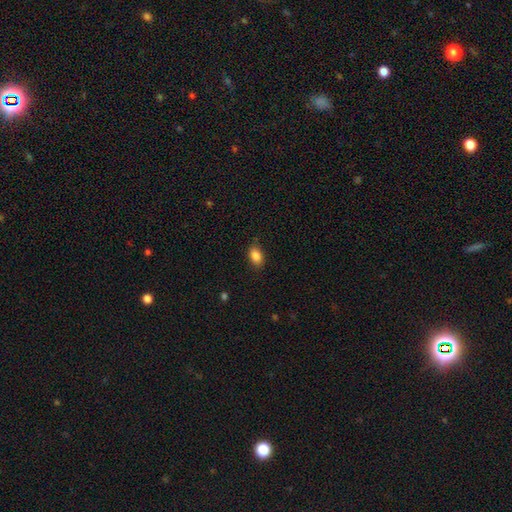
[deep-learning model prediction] Morphology: type=smooth (86%); roundness=in between (84%); merging=none (83%).